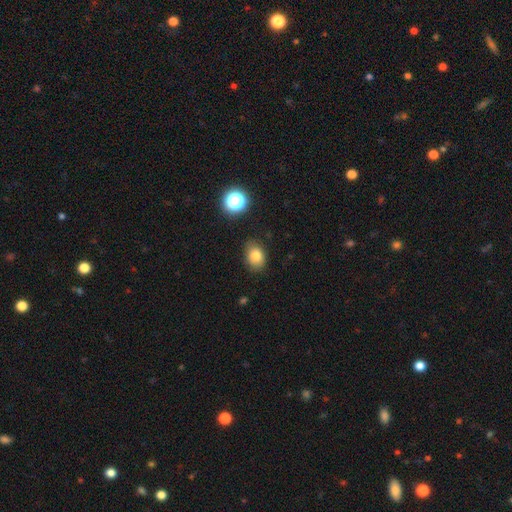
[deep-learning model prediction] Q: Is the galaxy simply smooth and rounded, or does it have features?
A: smooth — 80%.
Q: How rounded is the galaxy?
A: in between — 67%.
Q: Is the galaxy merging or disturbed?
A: none — 80%.